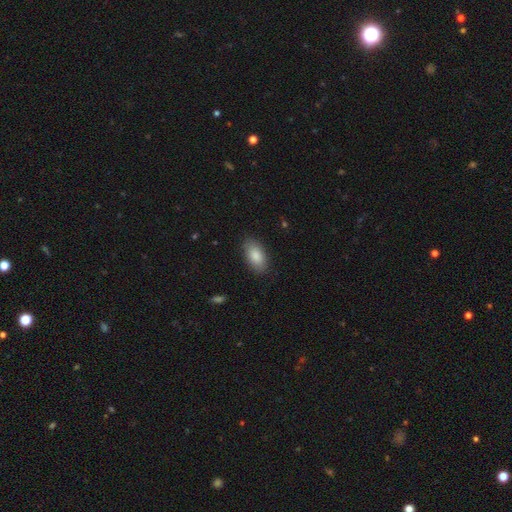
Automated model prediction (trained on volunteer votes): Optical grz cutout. It shows a smooth galaxy with no disk features (87%) that is in between round and cigar-shaped (94%). Merging: none (85%).